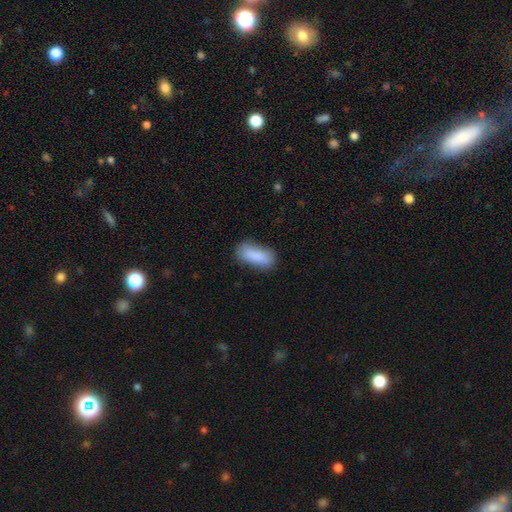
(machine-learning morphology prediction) Smooth or featured?
  - smooth: 85% *
  - featured or disk: 7%
  - star or artifact: 7%
How rounded?
  - in between: 78% *
  - cigar-shaped: 19%
  - round: 3%
Merging?
  - none: 69% *
  - minor disturbance: 23%
  - major disturbance: 6%
  - merger: 2%